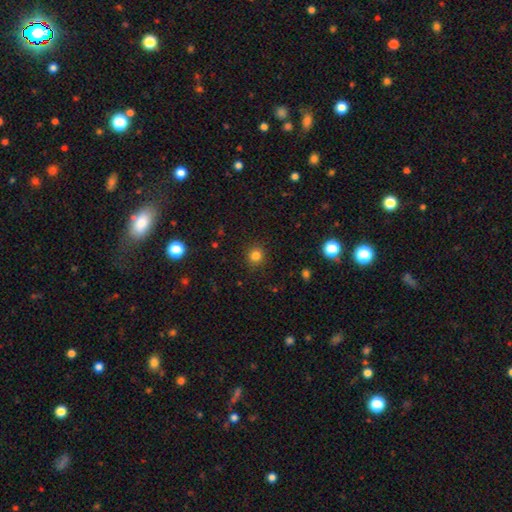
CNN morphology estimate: This is clearly a smooth galaxy (81%). How rounded: clearly round (91%). Merging: clearly none (90%).